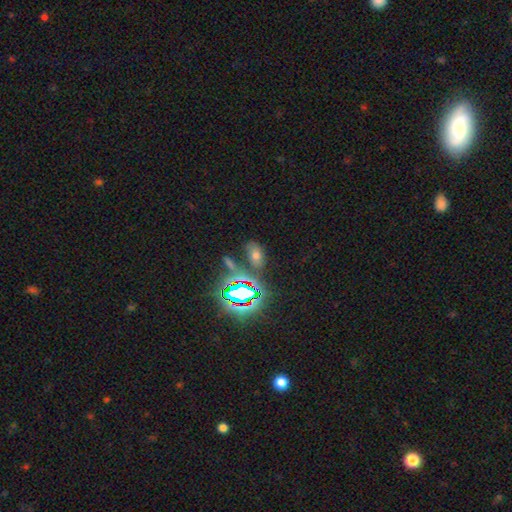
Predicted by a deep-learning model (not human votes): A smooth galaxy with no disk features (49%).

Vote fractions:
- Smooth or featured? smooth: 49% / star or artifact: 38% / featured or disk: 13%
- Merging? none: 69% / minor disturbance: 14% / merger: 9% / major disturbance: 7%